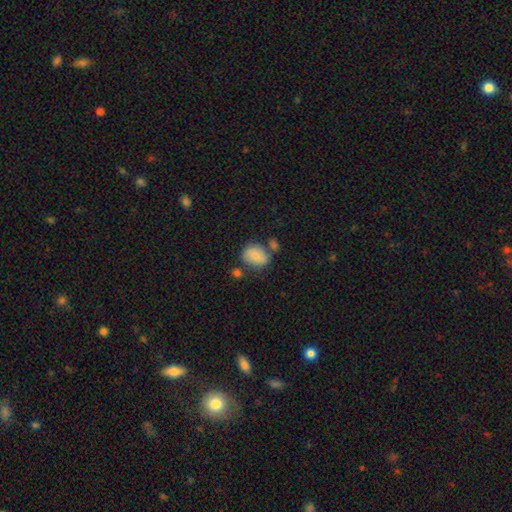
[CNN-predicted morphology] smooth_or_featured: smooth (p=0.78) [alt: featured or disk p=0.14]
how_rounded: in between (p=0.53) [alt: round p=0.46]
merging: none (p=0.58) [alt: minor disturbance p=0.19]